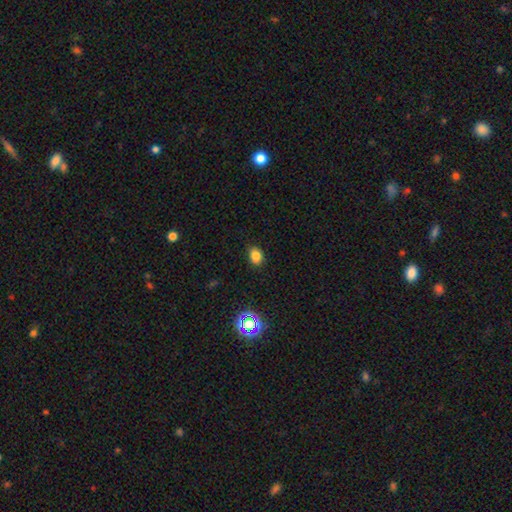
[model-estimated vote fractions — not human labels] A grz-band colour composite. It shows a smooth galaxy with no disk features (80%) that is in between round and cigar-shaped (65%). Merging: none (84%).